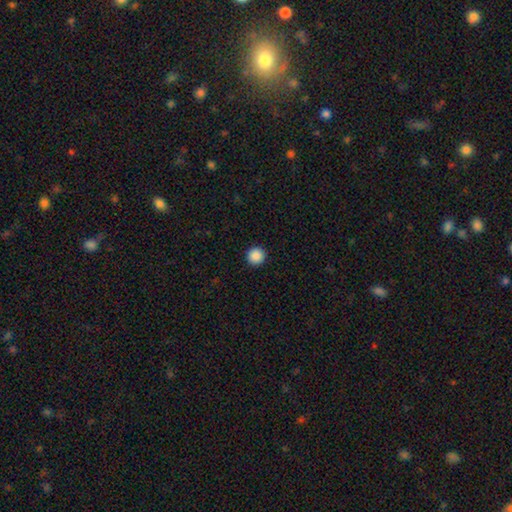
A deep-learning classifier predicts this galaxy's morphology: This is clearly a smooth galaxy (89%). How rounded: clearly round (95%). Merging: clearly none (93%).